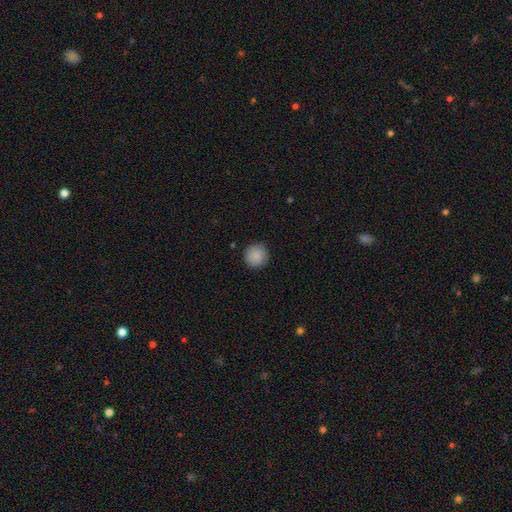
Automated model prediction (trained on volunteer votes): The model was most divided on "smooth or featured": smooth: 88%, star or artifact: 8%, featured or disk: 4%. More confident: how rounded — round (95%); merging — none (92%).